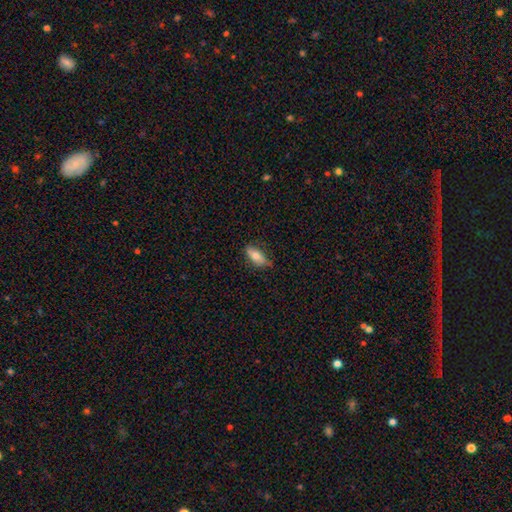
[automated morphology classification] Overall: smooth (72%). How rounded: in between (79%). Merging: none (71%).